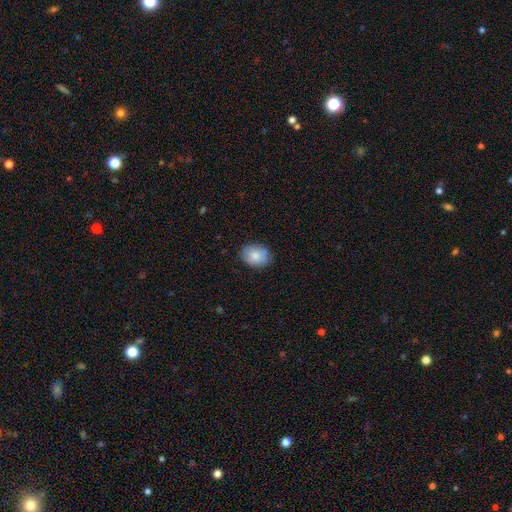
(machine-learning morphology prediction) The model was most divided on "how rounded": in between: 66%, round: 33%, cigar-shaped: 1%. More confident: merging — none (86%); smooth or featured — smooth (85%).